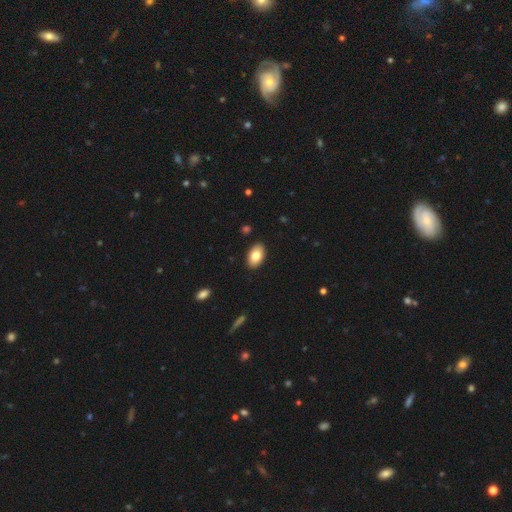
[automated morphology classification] The model was most divided on "smooth or featured": smooth: 81%, featured or disk: 12%, star or artifact: 7%. More confident: how rounded — in between (93%); merging — none (89%).